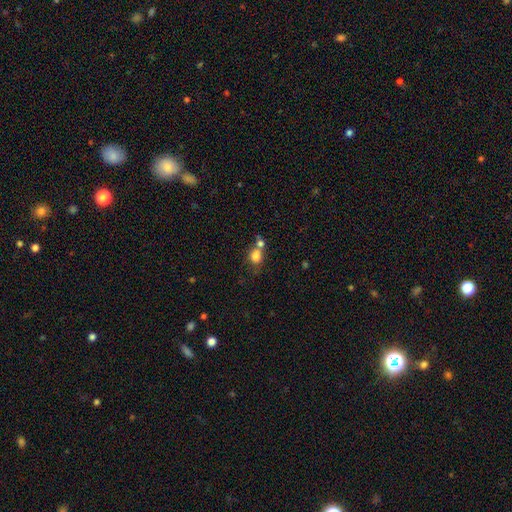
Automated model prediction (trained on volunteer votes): The model was most divided on "merging" (2-way tie): none: 41%, merger: 41%, minor disturbance: 12%, major disturbance: 6%. More confident: smooth or featured — smooth (80%); how rounded — round (68%).